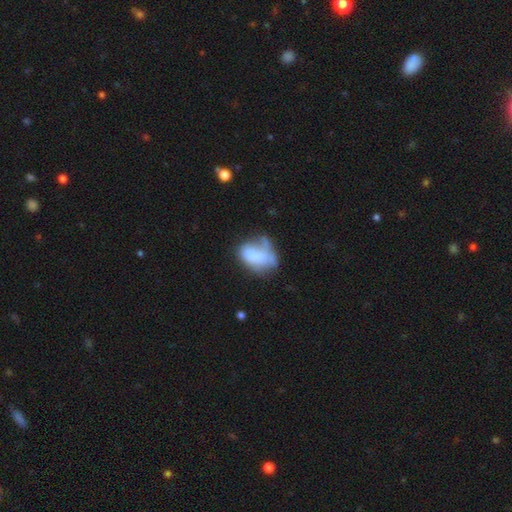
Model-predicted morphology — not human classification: The model was most divided on "merging": major disturbance: 35%, none: 26%, minor disturbance: 25%, merger: 14%. More confident: how rounded — in between (80%); smooth or featured — smooth (60%).